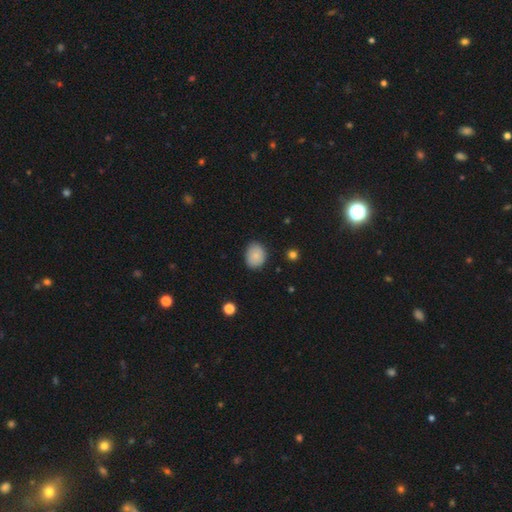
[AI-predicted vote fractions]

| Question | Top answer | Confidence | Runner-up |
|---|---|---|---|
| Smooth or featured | smooth | 85% | star or artifact (8%) |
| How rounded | in between | 55% | round (44%) |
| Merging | none | 82% | minor disturbance (14%) |